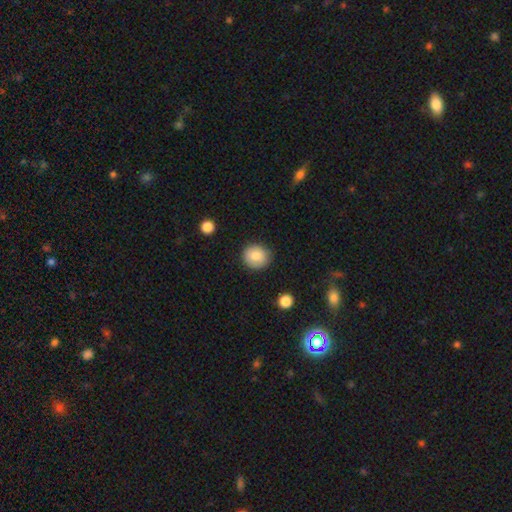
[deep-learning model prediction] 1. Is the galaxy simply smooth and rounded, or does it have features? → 84% smooth, 9% star or artifact, 7% featured or disk.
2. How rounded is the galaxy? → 83% round, 16% in between, 1% cigar-shaped.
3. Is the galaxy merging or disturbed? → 86% none, 11% minor disturbance, 2% major disturbance, 1% merger.